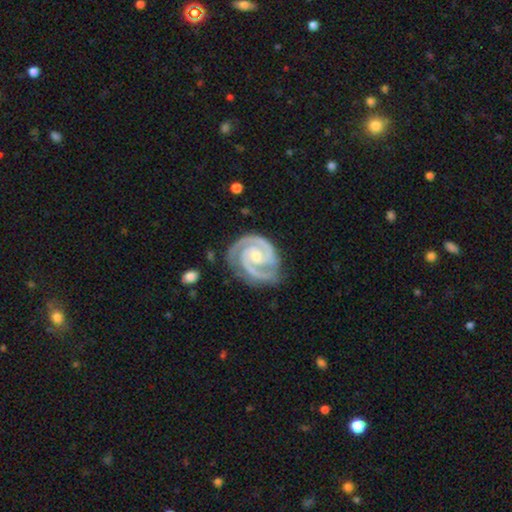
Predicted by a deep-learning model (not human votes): smooth-or-featured: featured or disk: 94% | star or artifact: 3% | smooth: 3%
  disk-edge-on: no: 98% | yes: 2%
    bar: no: 57% | weak: 31% | strong: 12%
    has-spiral-arms: yes: 99% | no: 1%
      spiral-winding: tight: 70% | medium: 28% | loose: 2%
      spiral-arm-count: 2: 89% | 3: 6% | can't tell: 2% | 1: 1% | 4: 1% | more than 4: 1%
    bulge-size: small: 55% | moderate: 36% | none: 6% | large: 2% | dominant: 1%
  merging: none: 77% | minor disturbance: 17% | major disturbance: 4% | merger: 2%